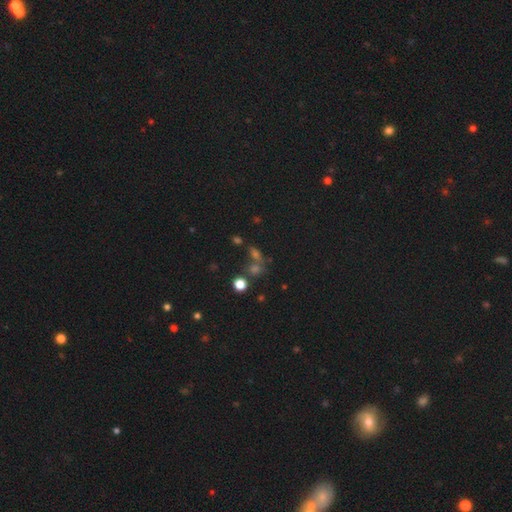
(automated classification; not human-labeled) Smooth or featured? star or artifact (45%)